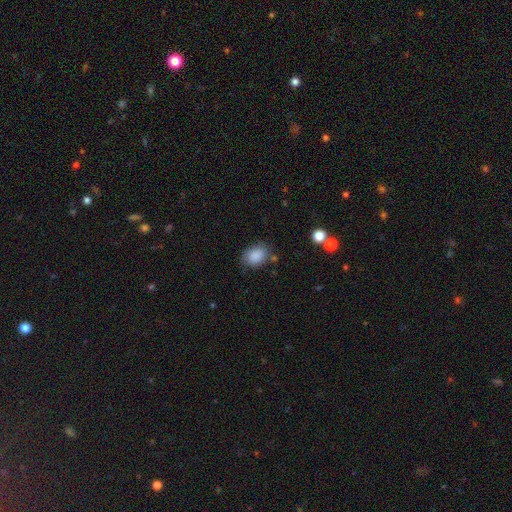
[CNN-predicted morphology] This is clearly a smooth galaxy (87%). How rounded: likely in between (70%). Merging: likely none (75%).